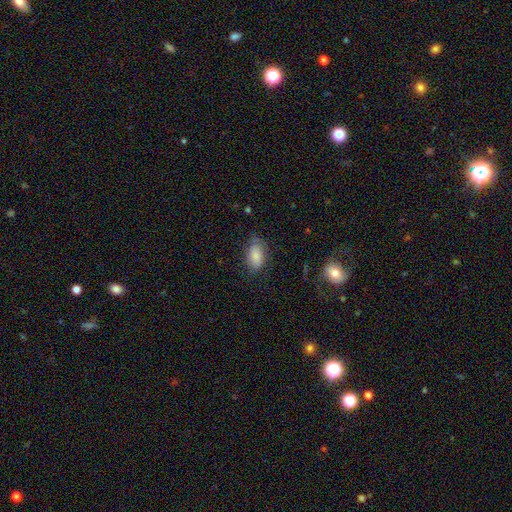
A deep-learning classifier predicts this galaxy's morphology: Smooth or featured? Predicted: smooth (p=0.83). How rounded? Predicted: in between (p=0.92). Merging? Predicted: none (p=0.67).